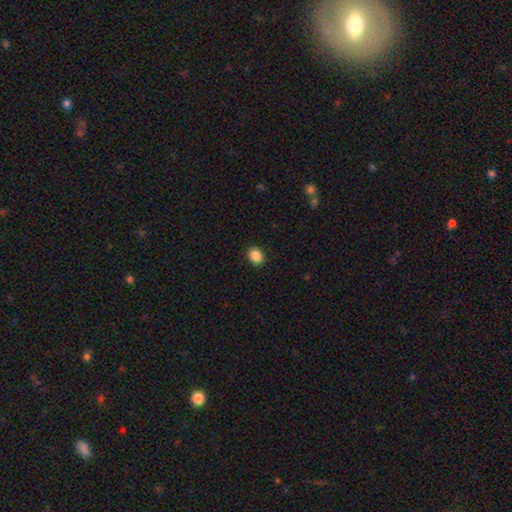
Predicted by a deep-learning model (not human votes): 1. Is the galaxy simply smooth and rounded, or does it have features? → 88% smooth, 9% star or artifact, 3% featured or disk.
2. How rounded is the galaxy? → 53% round, 46% in between, 1% cigar-shaped.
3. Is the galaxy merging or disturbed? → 92% none, 6% minor disturbance, 2% major disturbance, 1% merger.